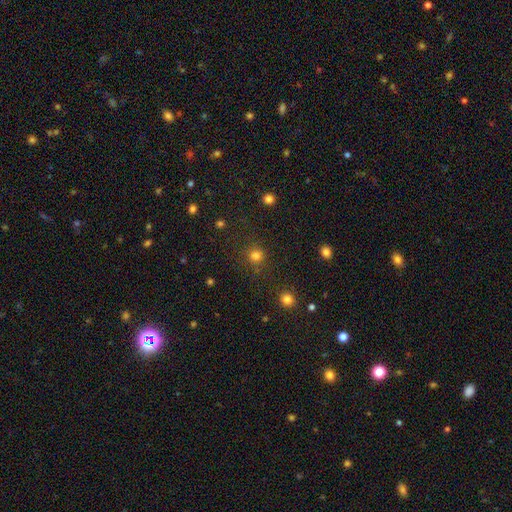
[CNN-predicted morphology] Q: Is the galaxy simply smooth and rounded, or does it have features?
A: smooth — 80%.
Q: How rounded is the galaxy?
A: round — 91%.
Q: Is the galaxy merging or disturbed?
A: none — 82%.